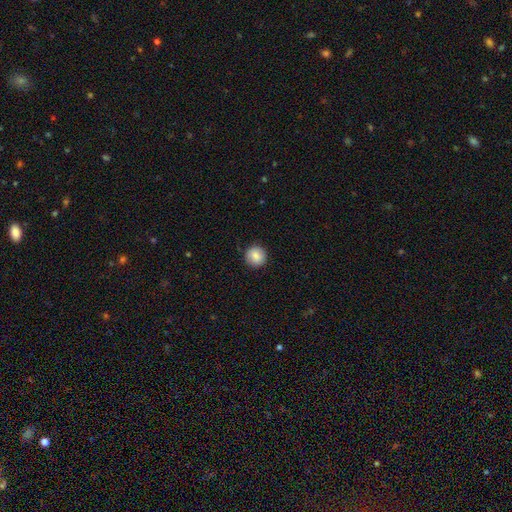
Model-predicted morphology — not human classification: Smooth or featured? smooth (85%)
How rounded? round (95%)
Merging? none (90%)